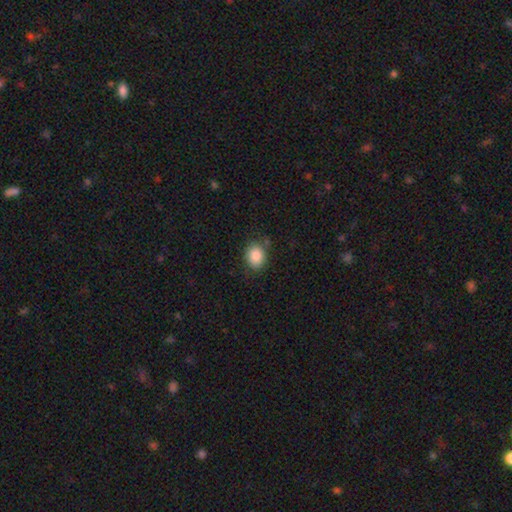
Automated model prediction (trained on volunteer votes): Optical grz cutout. It shows a smooth galaxy with no disk features (86%) that is in between round and cigar-shaped (52%). Merging: none (78%).